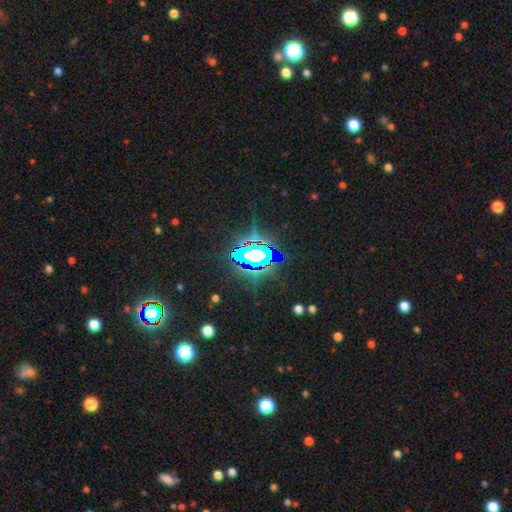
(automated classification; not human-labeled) Smooth or featured: star or artifact — 69% (smooth — 16%)